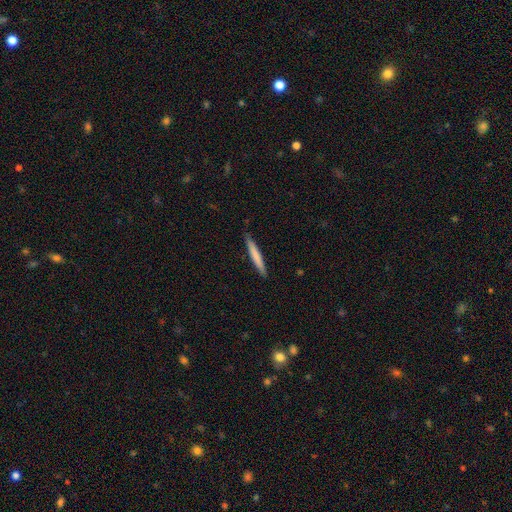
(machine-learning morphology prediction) Smooth or featured: smooth — 70% (featured or disk — 25%)
How rounded: cigar-shaped — 96% (in between — 3%)
Merging: none — 89% (minor disturbance — 8%)